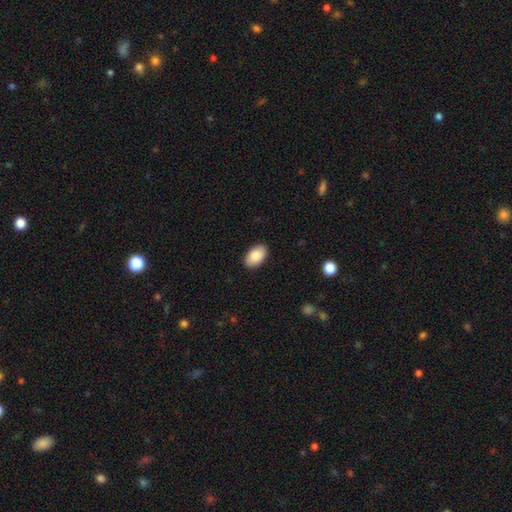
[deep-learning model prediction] smooth-or-featured: smooth: 87% | featured or disk: 7% | star or artifact: 6%
  how-rounded: in between: 93% | round: 6% | cigar-shaped: 1%
  merging: none: 89% | minor disturbance: 8% | major disturbance: 2% | merger: 1%